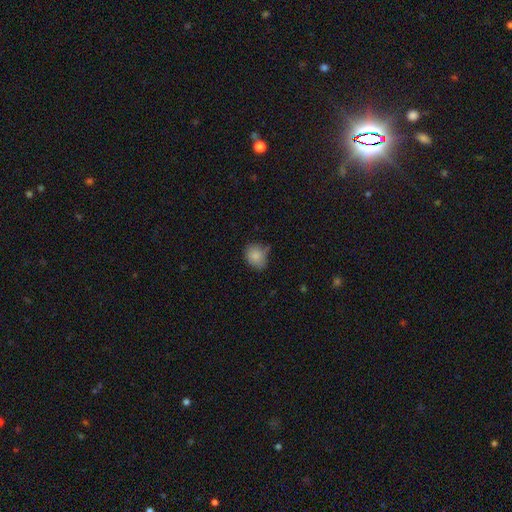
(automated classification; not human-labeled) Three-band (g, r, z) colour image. It shows a smooth galaxy with no disk features (84%) that is round (56%). Merging: none (58%).